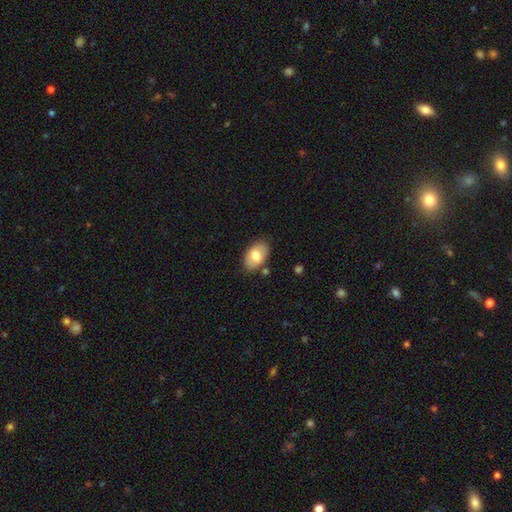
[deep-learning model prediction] This is likely a smooth galaxy (74%). How rounded: clearly in between (90%). Merging: clearly none (81%).